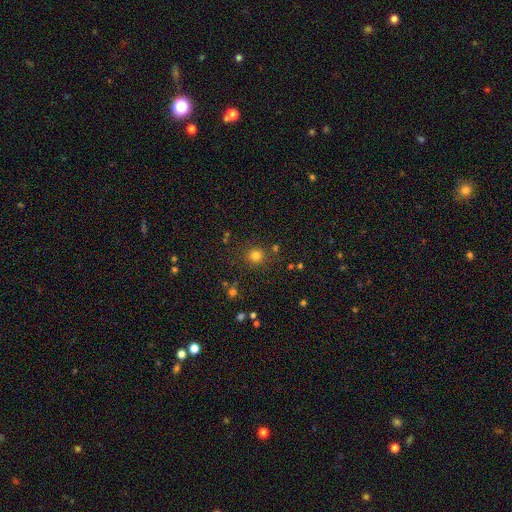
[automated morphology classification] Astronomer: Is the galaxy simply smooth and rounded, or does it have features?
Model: smooth — 77%.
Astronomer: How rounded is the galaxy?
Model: round — 93%.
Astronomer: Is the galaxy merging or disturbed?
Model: none — 85%.